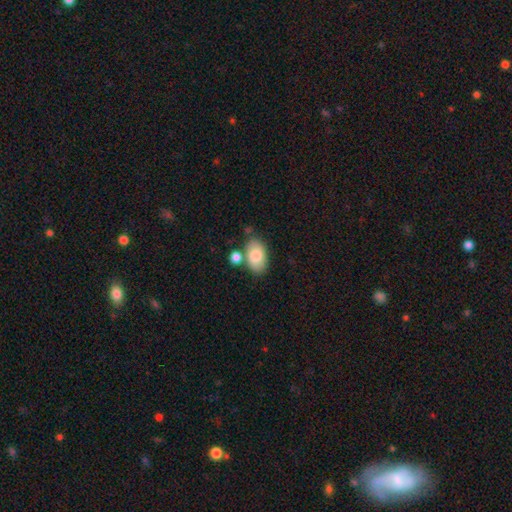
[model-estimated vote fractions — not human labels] Smooth or featured? Predicted: smooth (p=0.81). How rounded? Predicted: in between (p=0.92). Merging? Predicted: none (p=0.65).